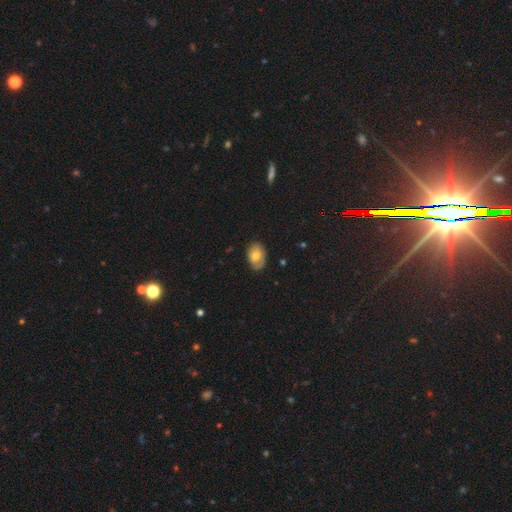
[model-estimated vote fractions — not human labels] The model was most divided on "smooth or featured": smooth: 65%, featured or disk: 28%, star or artifact: 8%. More confident: how rounded — in between (84%); merging — none (77%).